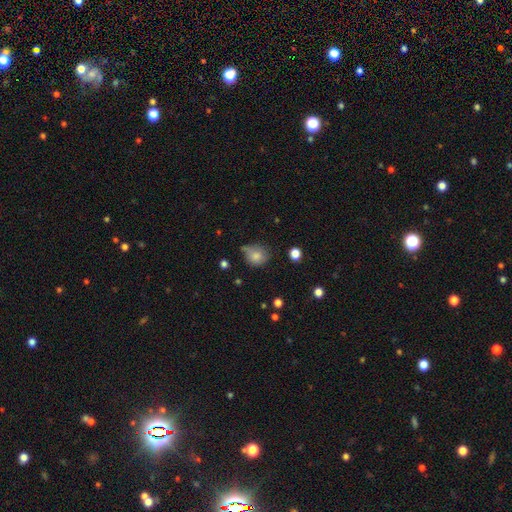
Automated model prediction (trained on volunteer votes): Smooth or featured?
  - smooth: 79% *
  - featured or disk: 11%
  - star or artifact: 10%
How rounded?
  - round: 71% *
  - in between: 28%
  - cigar-shaped: 1%
Merging?
  - none: 50% *
  - minor disturbance: 34%
  - major disturbance: 10%
  - merger: 6%